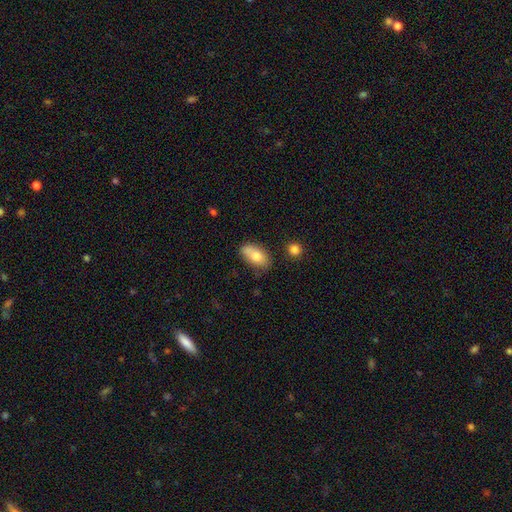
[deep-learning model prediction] Q: Smooth or featured?
A: smooth (76%); runner-up: featured or disk (17%)
Q: How rounded?
A: in between (90%); runner-up: round (7%)
Q: Merging?
A: none (59%); runner-up: minor disturbance (23%)